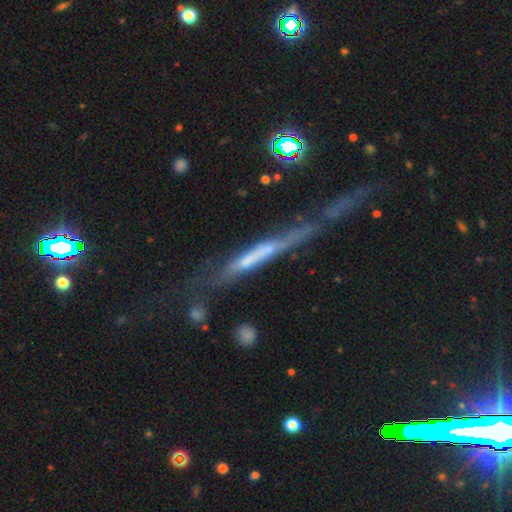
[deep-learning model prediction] Smooth or featured? featured or disk (61%)
Edge-on disk? yes (81%)
Merging? none (39%)